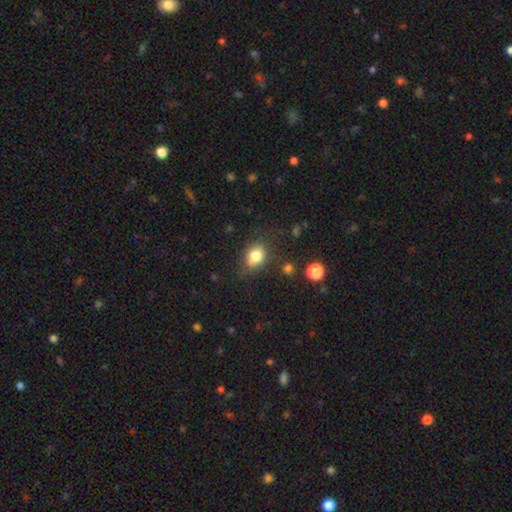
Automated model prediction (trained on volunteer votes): smooth-or-featured: smooth: 80% | star or artifact: 11% | featured or disk: 9%
  how-rounded: in between: 56% | round: 42% | cigar-shaped: 1%
  merging: none: 68% | minor disturbance: 21% | major disturbance: 6% | merger: 4%